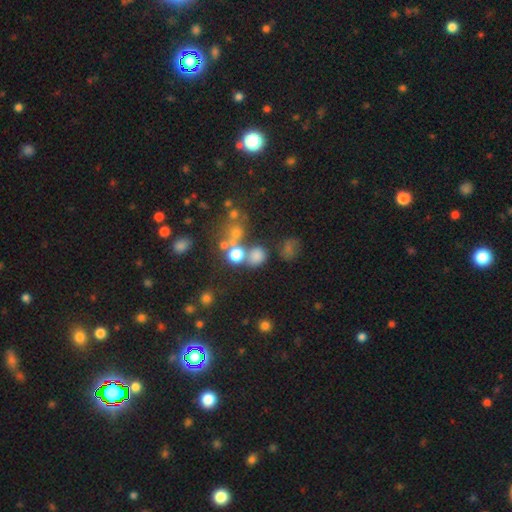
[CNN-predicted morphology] smooth_or_featured: smooth (p=0.69) [alt: star or artifact p=0.19]
how_rounded: round (p=0.77) [alt: in between p=0.21]
merging: none (p=0.53) [alt: merger p=0.29]